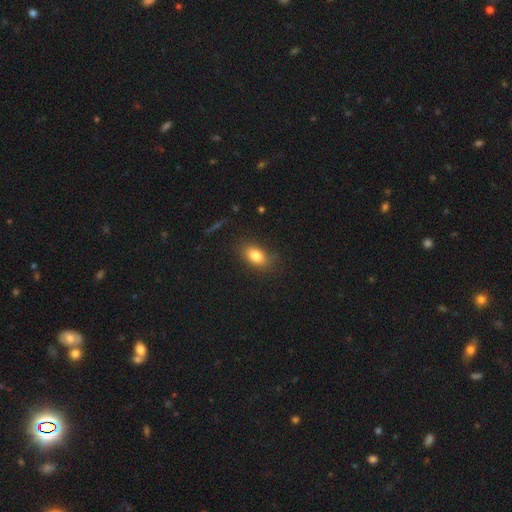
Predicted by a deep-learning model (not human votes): This is clearly a smooth galaxy (81%). How rounded: clearly in between (85%). Merging: clearly none (80%).